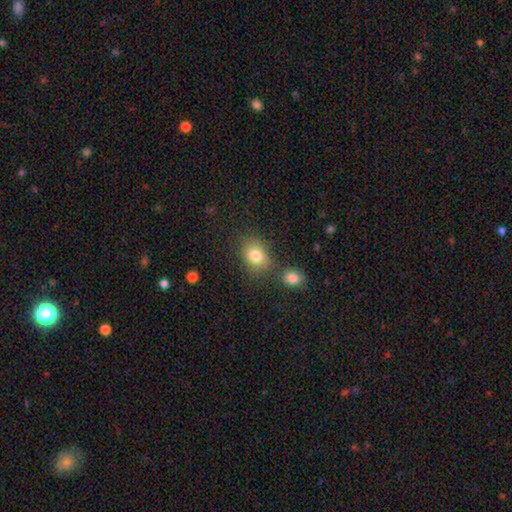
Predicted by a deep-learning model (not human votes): This is clearly a smooth galaxy (80%). How rounded: possibly in between (54%). Merging: likely none (69%).